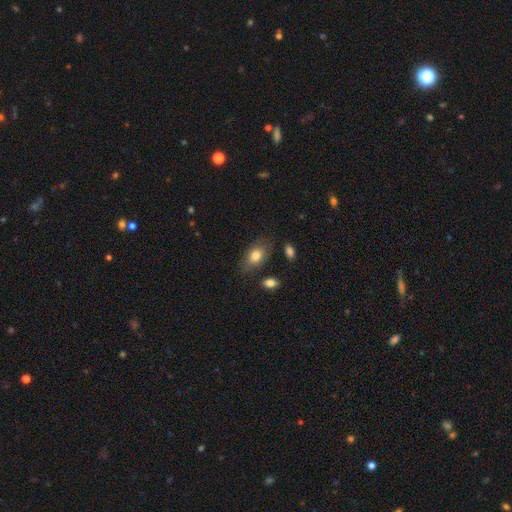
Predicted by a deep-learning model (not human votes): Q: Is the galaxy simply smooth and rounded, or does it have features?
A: smooth — 79%.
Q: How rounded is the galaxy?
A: in between — 88%.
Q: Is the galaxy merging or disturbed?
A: none — 75%.